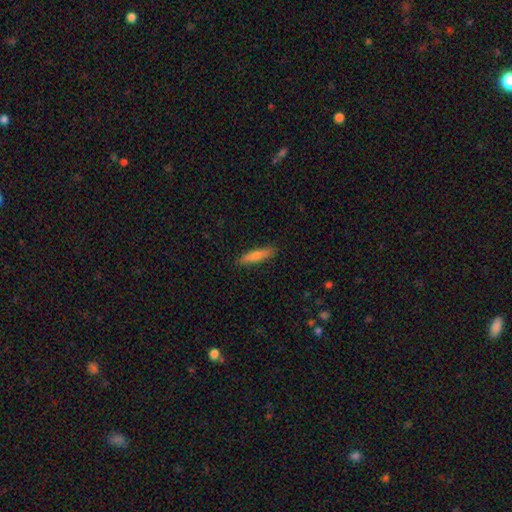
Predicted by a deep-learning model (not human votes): Morphology: type=smooth (77%); roundness=cigar-shaped (77%); merging=none (88%).